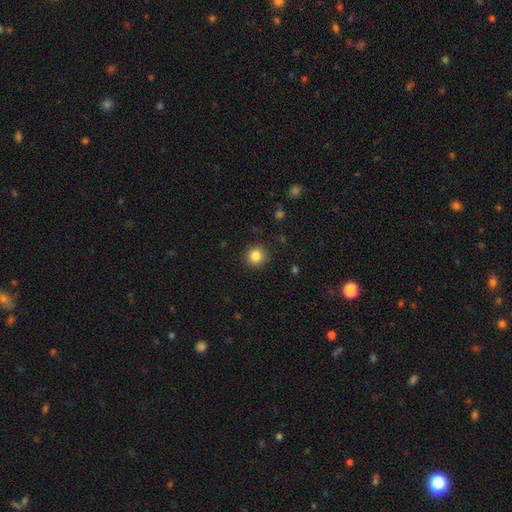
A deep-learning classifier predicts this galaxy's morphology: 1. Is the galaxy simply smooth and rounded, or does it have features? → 84% smooth, 11% star or artifact, 5% featured or disk.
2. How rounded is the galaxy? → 92% round, 7% in between, 1% cigar-shaped.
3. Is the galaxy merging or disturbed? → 91% none, 6% minor disturbance, 2% major disturbance, 1% merger.